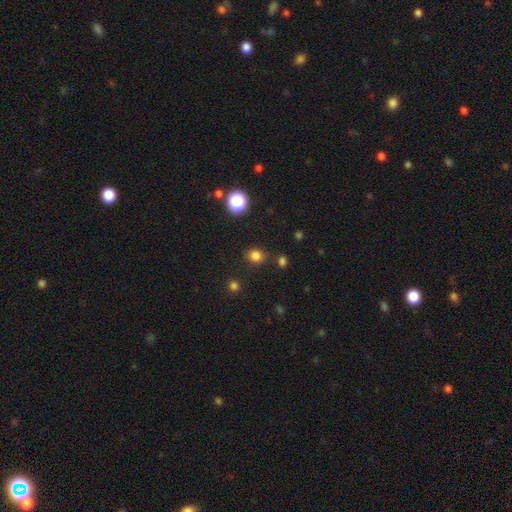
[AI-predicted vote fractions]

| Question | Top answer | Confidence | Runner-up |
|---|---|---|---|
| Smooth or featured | smooth | 80% | star or artifact (16%) |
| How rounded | round | 71% | in between (28%) |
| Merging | none | 81% | minor disturbance (11%) |